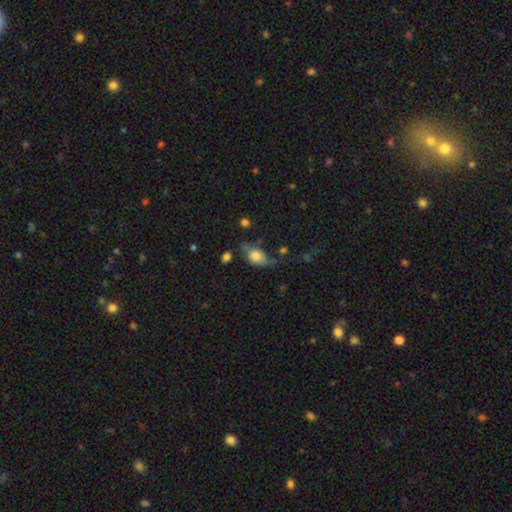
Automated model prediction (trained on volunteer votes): A smooth galaxy with no disk features (69%) that is in between round and cigar-shaped (82%). Merging: none (37%).